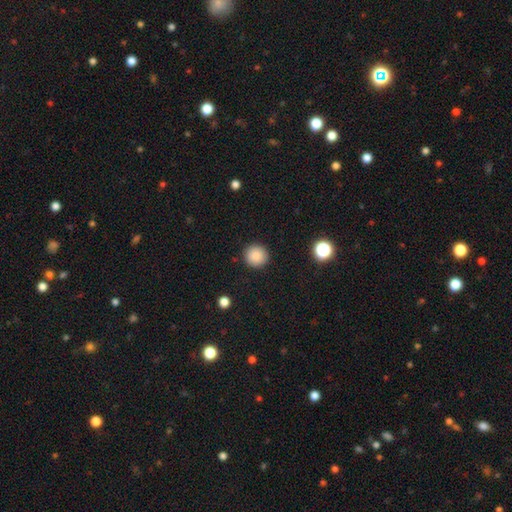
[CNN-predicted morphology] Smooth or featured? Predicted: smooth (p=0.88). How rounded? Predicted: round (p=0.94). Merging? Predicted: none (p=0.91).